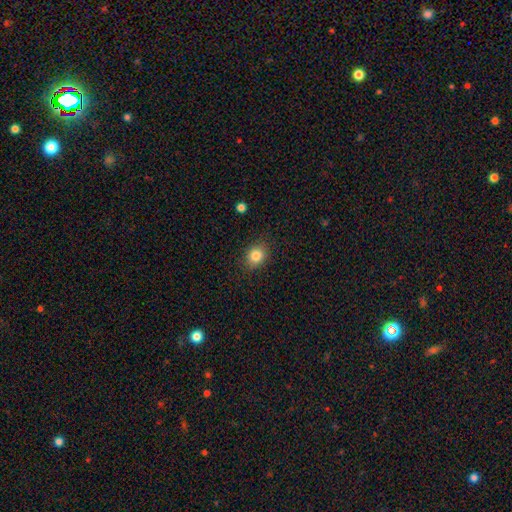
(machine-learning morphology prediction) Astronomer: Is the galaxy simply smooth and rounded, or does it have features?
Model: smooth — 83%.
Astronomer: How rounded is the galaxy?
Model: round — 58% (runner-up: in between, 41%).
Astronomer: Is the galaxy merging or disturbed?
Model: none — 87%.